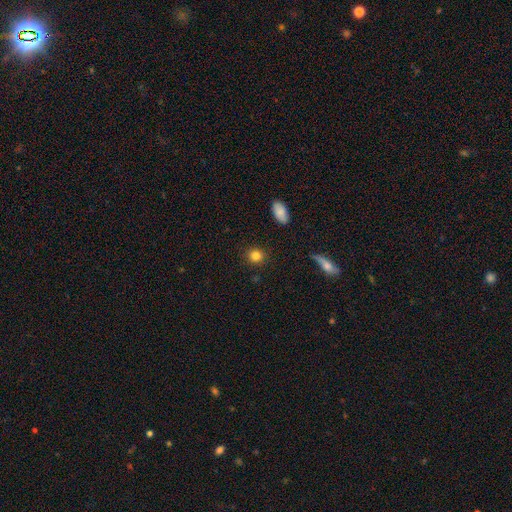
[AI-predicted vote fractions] A smooth galaxy with no disk features (84%) that is round (85%). Merging: none (90%).